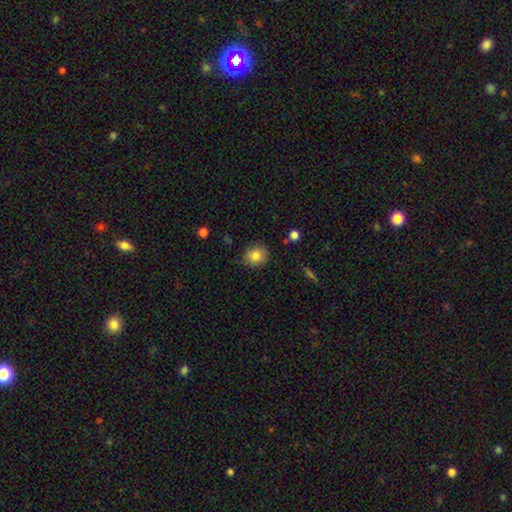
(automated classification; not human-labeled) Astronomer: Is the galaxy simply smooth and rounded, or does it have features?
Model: smooth — 82%.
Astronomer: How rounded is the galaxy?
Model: round — 81%.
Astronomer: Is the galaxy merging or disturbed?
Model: none — 83%.